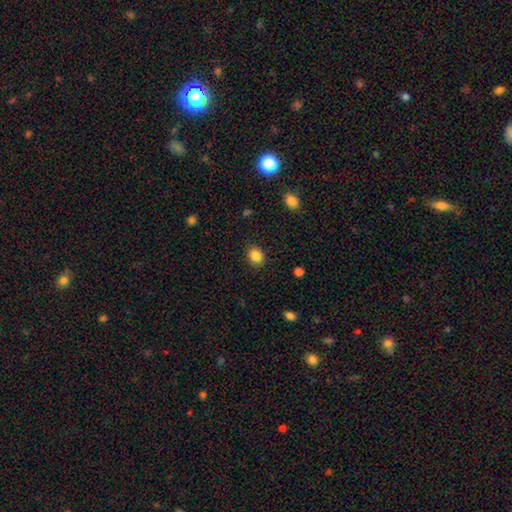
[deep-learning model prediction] Morphology: type=smooth (85%); roundness=round (60%); merging=none (87%).